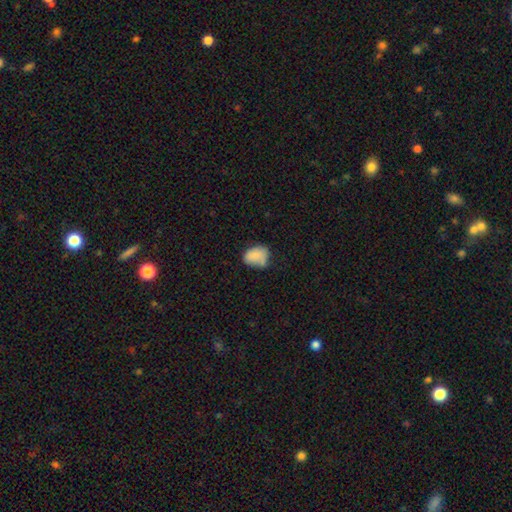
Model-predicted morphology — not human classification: smooth_or_featured: smooth (p=0.83) [alt: featured or disk p=0.09]
how_rounded: in between (p=0.68) [alt: round p=0.31]
merging: none (p=0.48) [alt: minor disturbance p=0.34]